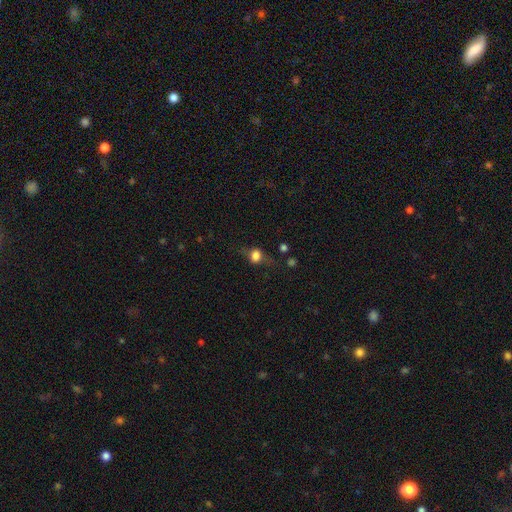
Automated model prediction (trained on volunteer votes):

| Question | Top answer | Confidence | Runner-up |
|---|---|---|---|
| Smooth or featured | smooth | 62% | featured or disk (24%) |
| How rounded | round | 64% | in between (33%) |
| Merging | none | 60% | minor disturbance (22%) |